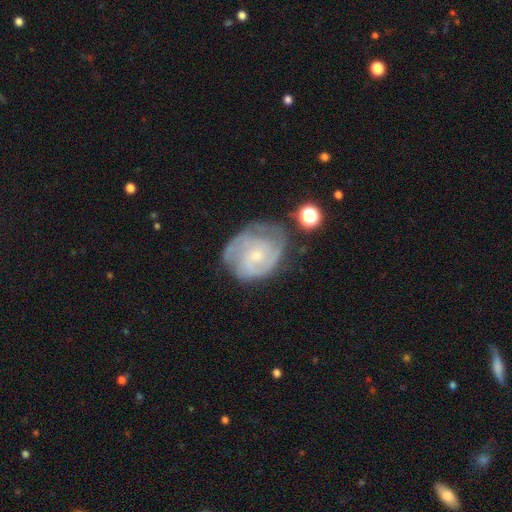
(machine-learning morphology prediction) Smooth or featured: featured or disk — 78% (smooth — 16%)
Edge-on disk: no — 98% (yes — 2%)
Bar: no — 68% (weak — 28%)
Spiral arms: yes — 90% (no — 10%)
Spiral winding: tight — 53% (medium — 36%)
Spiral arm count: can't tell — 34% (2 — 32%)
Bulge size: small — 66% (moderate — 27%)
Merging: none — 56% (minor disturbance — 27%)